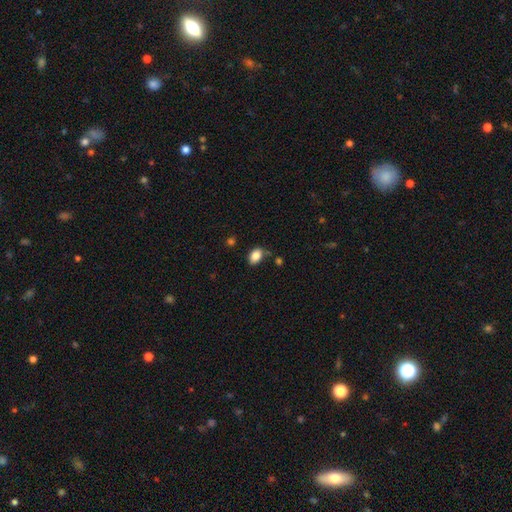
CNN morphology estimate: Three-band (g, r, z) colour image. It shows a smooth galaxy with no disk features (86%) that is in between round and cigar-shaped (85%). Merging: none (75%).